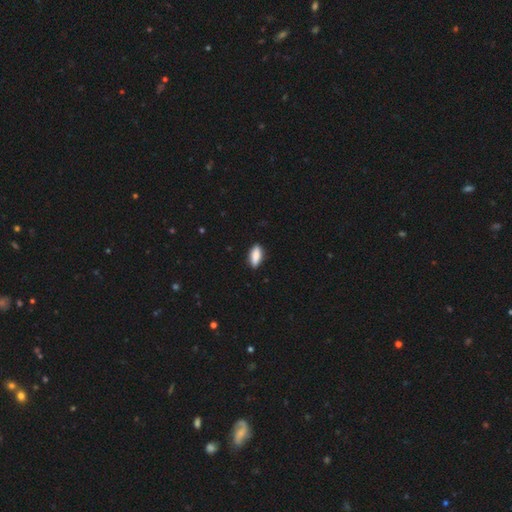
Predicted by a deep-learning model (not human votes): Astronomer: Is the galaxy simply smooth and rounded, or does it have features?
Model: smooth — 87%.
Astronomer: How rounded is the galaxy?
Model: in between — 76%.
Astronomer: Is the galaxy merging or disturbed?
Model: none — 88%.